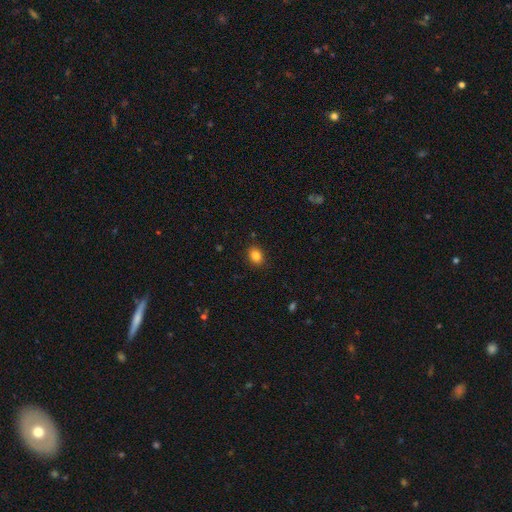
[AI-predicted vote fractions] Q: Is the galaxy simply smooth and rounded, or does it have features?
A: smooth — 85%.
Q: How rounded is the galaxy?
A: in between — 58%.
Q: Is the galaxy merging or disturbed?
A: none — 88%.